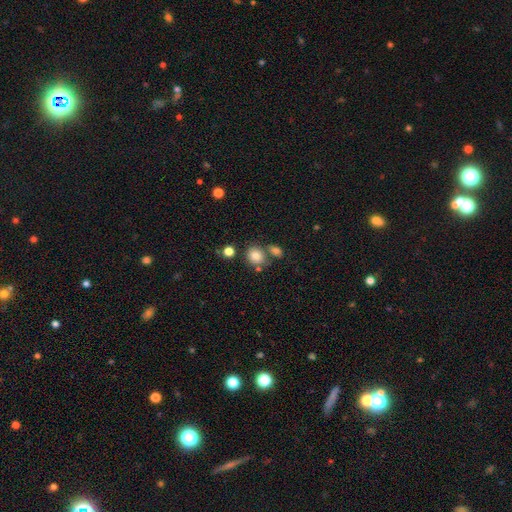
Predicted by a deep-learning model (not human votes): A smooth galaxy with no disk features (80%) that is round (76%).

Vote fractions:
- Smooth or featured? smooth: 80% / star or artifact: 11% / featured or disk: 9%
- How rounded? round: 76% / in between: 23% / cigar-shaped: 1%
- Merging? none: 63% / merger: 21% / minor disturbance: 12% / major disturbance: 4%